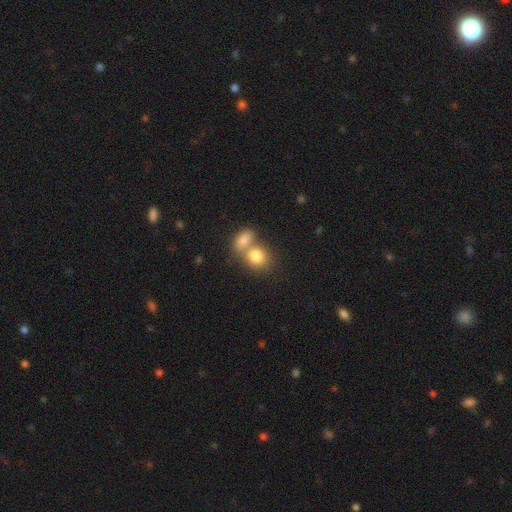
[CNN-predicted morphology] Smooth or featured?
  - smooth: 81% *
  - featured or disk: 11%
  - star or artifact: 8%
How rounded?
  - round: 57% *
  - in between: 42%
  - cigar-shaped: 1%
Merging?
  - merger: 60% *
  - none: 30%
  - minor disturbance: 7%
  - major disturbance: 3%